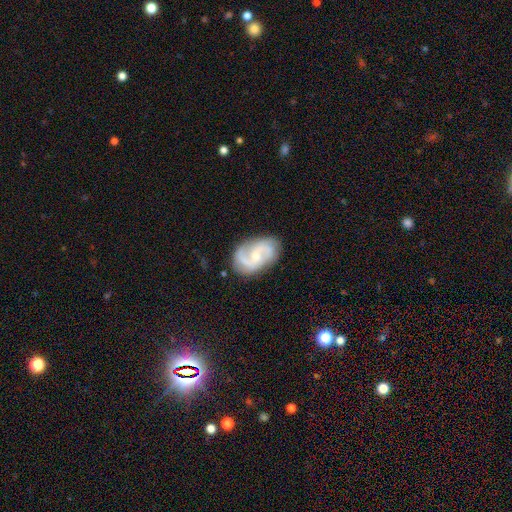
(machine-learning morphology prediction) smooth_or_featured: featured or disk (p=0.84) [alt: smooth p=0.11]
disk_edge_on: no (p=0.97) [alt: yes p=0.03]
bar: no (p=0.47) [alt: weak p=0.42]
has_spiral_arms: yes (p=0.96) [alt: no p=0.04]
spiral_winding: medium (p=0.48) [alt: loose p=0.33]
spiral_arm_count: 2 (p=0.78) [alt: 3 p=0.09]
bulge_size: small (p=0.57) [alt: moderate p=0.39]
merging: none (p=0.76) [alt: minor disturbance p=0.17]